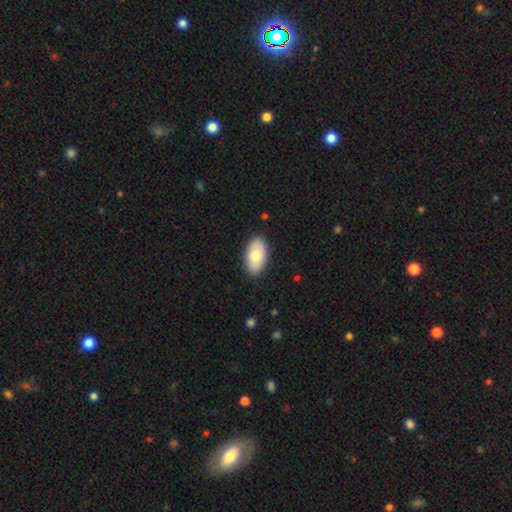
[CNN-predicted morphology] This is likely a smooth galaxy (72%). How rounded: clearly in between (95%). Merging: clearly none (88%).